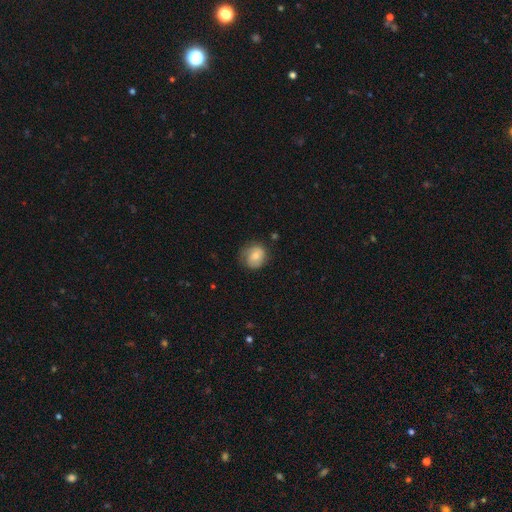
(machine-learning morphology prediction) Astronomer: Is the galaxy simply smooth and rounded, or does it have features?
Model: smooth — 63%.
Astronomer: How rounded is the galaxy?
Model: round — 72%.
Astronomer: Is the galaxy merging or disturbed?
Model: none — 66%.